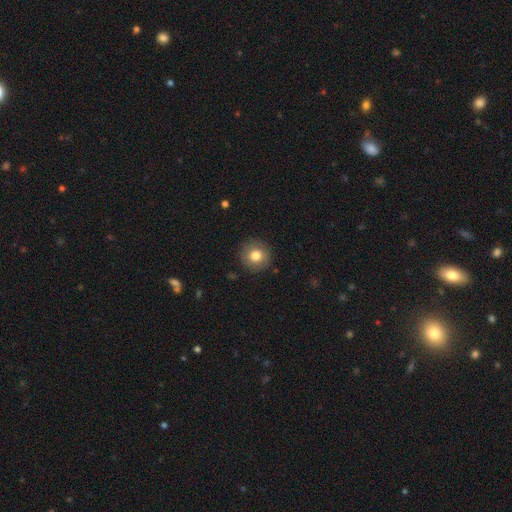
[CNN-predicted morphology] Smooth or featured?
  - smooth: 80% *
  - featured or disk: 11%
  - star or artifact: 9%
How rounded?
  - round: 93% *
  - in between: 6%
  - cigar-shaped: 1%
Merging?
  - none: 90% *
  - minor disturbance: 7%
  - major disturbance: 2%
  - merger: 1%